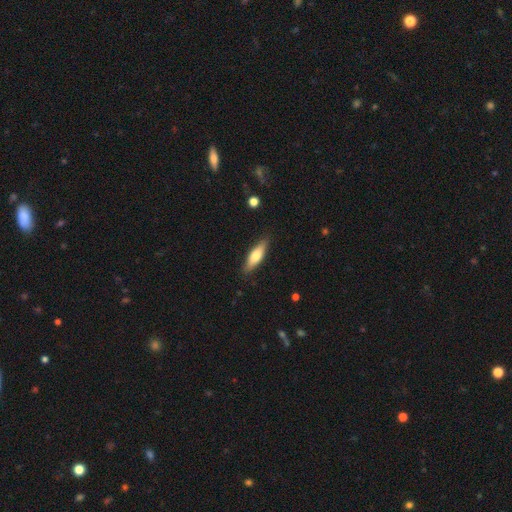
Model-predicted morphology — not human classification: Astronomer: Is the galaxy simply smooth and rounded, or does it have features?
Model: smooth — 63%.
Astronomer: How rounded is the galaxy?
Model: cigar-shaped — 52% (runner-up: in between, 46%).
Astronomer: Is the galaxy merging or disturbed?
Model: none — 86%.